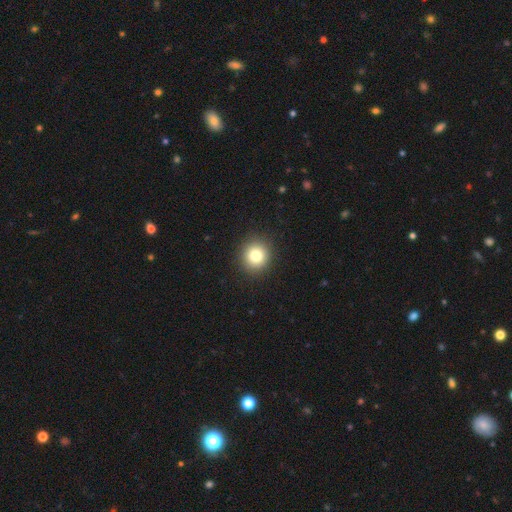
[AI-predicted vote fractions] Smooth or featured: smooth — 81% (star or artifact — 11%)
How rounded: round — 89% (in between — 11%)
Merging: none — 91% (minor disturbance — 6%)